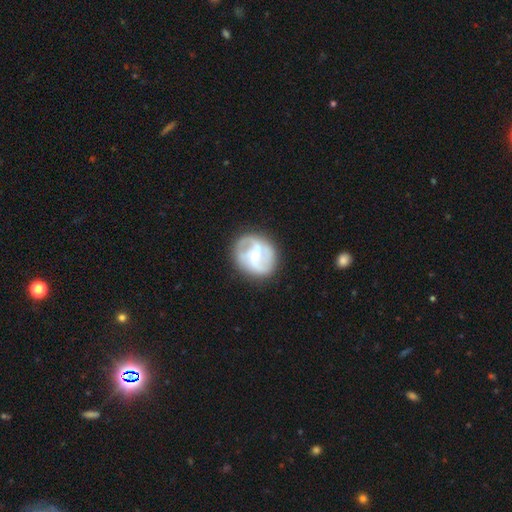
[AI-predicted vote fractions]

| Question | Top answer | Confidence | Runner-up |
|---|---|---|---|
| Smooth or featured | featured or disk | 79% | smooth (15%) |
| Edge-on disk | no | 98% | yes (2%) |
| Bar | weak | 46% | strong (36%) |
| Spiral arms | yes | 90% | no (10%) |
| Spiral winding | medium | 44% | loose (37%) |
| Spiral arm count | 2 | 65% | 3 (14%) |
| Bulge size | small | 58% | moderate (29%) |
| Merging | none | 71% | minor disturbance (17%) |